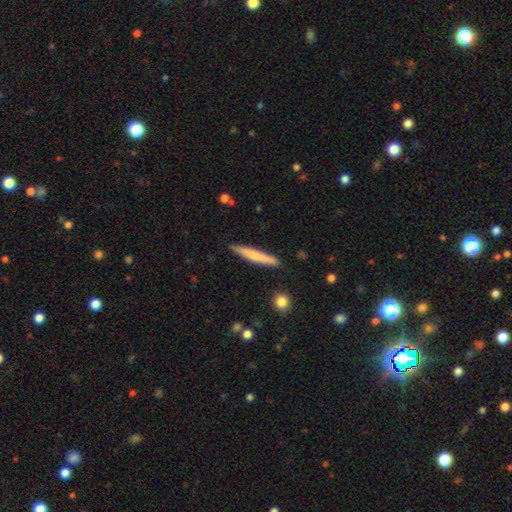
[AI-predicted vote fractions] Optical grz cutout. It shows a smooth galaxy with no disk features (67%) that is cigar-shaped (96%). Merging: none (89%).